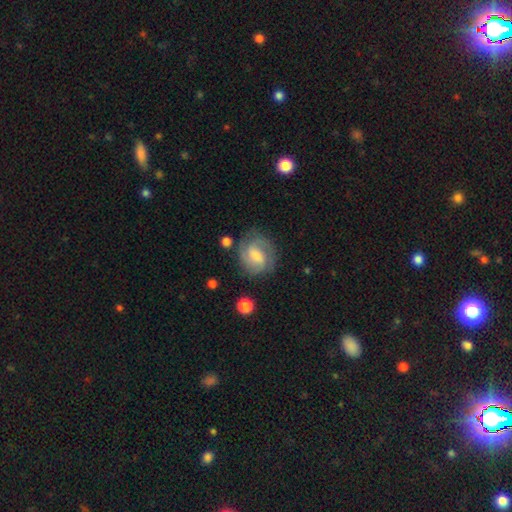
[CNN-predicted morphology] Smooth or featured?
  - featured or disk: 70% *
  - smooth: 23%
  - star or artifact: 7%
Edge-on disk?
  - no: 97% *
  - yes: 3%
Bar?
  - weak: 54% *
  - no: 28%
  - strong: 17%
Spiral arms?
  - yes: 92% *
  - no: 8%
Spiral winding?
  - medium: 44% *
  - tight: 40%
  - loose: 16%
Spiral arm count?
  - 2: 56% *
  - can't tell: 17%
  - 3: 17%
  - 1: 5%
  - 4: 3%
  - more than 4: 2%
Bulge size?
  - moderate: 49% *
  - small: 38%
  - large: 6%
  - none: 5%
  - dominant: 1%
Merging?
  - none: 74% *
  - minor disturbance: 16%
  - major disturbance: 7%
  - merger: 3%